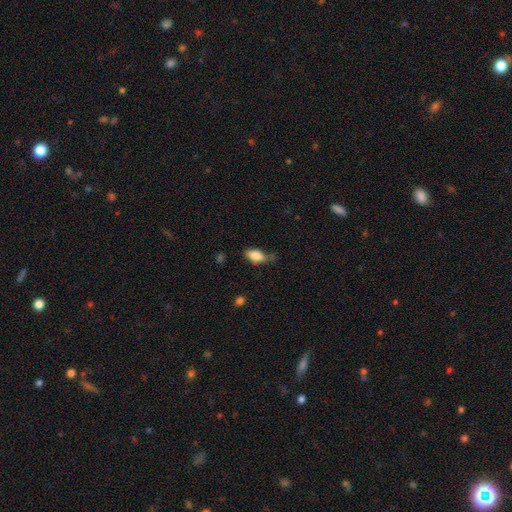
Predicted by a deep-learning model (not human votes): Morphology: type=smooth (81%); roundness=in between (89%); merging=none (57%).